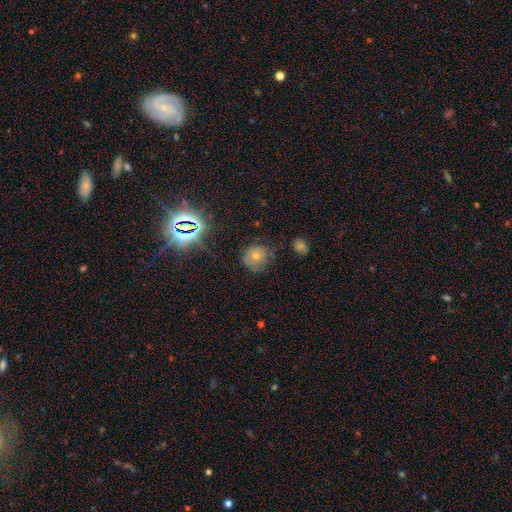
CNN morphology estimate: This is marginally a smooth galaxy (43%). Merging: likely none (68%).